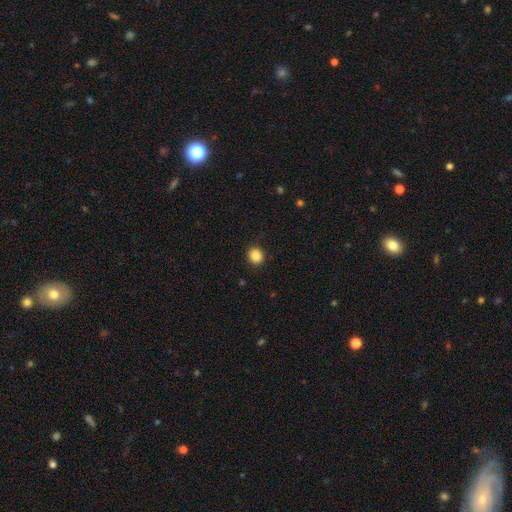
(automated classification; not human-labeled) Smooth or featured?
  - smooth: 87% *
  - star or artifact: 10%
  - featured or disk: 3%
How rounded?
  - round: 84% *
  - in between: 15%
  - cigar-shaped: 1%
Merging?
  - none: 90% *
  - minor disturbance: 7%
  - major disturbance: 2%
  - merger: 1%